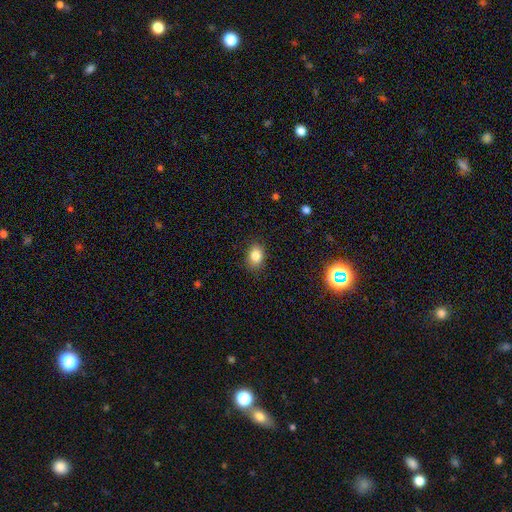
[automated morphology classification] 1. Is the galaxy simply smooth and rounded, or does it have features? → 84% smooth, 10% star or artifact, 6% featured or disk.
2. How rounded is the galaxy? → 70% in between, 29% round, 1% cigar-shaped.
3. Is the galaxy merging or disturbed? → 86% none, 10% minor disturbance, 3% major disturbance, 1% merger.